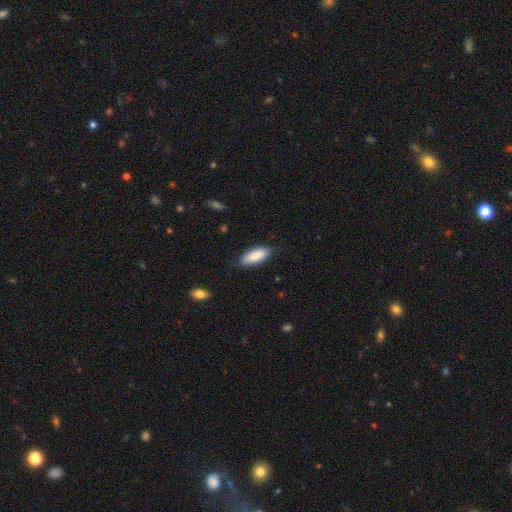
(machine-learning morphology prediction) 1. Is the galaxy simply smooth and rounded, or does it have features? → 87% smooth, 7% featured or disk, 6% star or artifact.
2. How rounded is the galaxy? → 78% in between, 20% cigar-shaped, 2% round.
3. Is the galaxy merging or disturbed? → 78% none, 18% minor disturbance, 4% major disturbance, 1% merger.